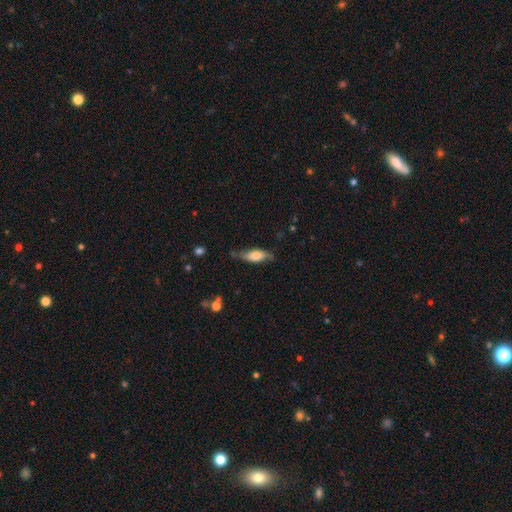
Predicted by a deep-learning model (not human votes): smooth_or_featured: smooth (p=0.64) [alt: featured or disk p=0.28]
how_rounded: in between (p=0.67) [alt: cigar-shaped p=0.30]
merging: none (p=0.58) [alt: minor disturbance p=0.30]